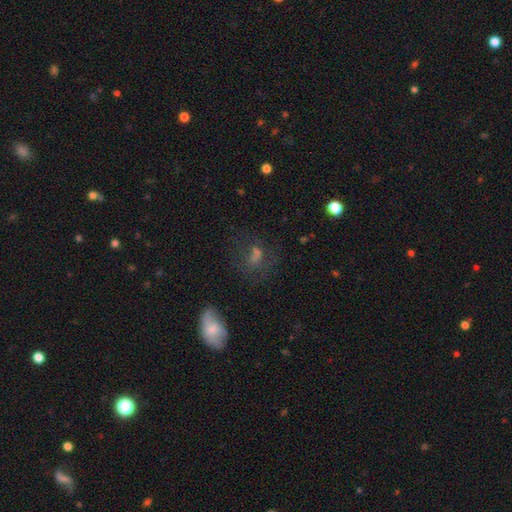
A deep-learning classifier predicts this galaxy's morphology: This is possibly a smooth galaxy (47%). Merging: marginally none (44%).